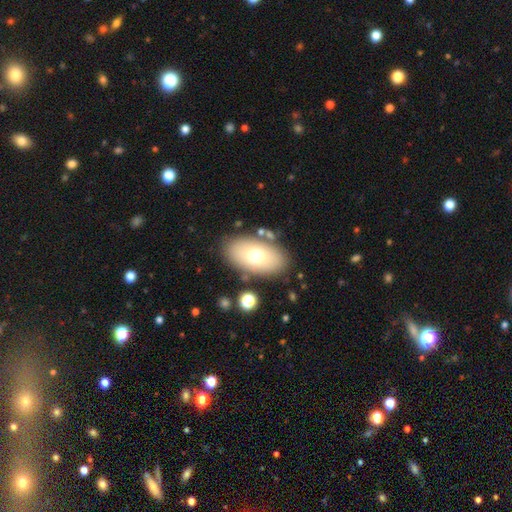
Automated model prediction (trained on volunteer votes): smooth_or_featured: smooth (p=0.68) [alt: featured or disk p=0.23]
how_rounded: in between (p=0.92) [alt: round p=0.06]
merging: none (p=0.82) [alt: minor disturbance p=0.10]